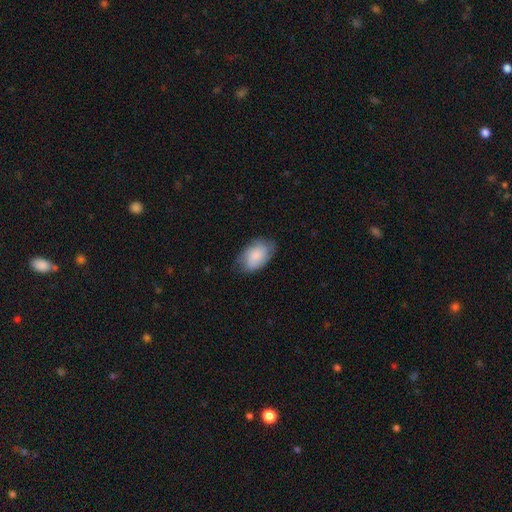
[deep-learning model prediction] smooth-or-featured: smooth: 68% | featured or disk: 25% | star or artifact: 7%
  how-rounded: in between: 92% | round: 7% | cigar-shaped: 1%
  merging: none: 68% | minor disturbance: 25% | major disturbance: 6% | merger: 1%